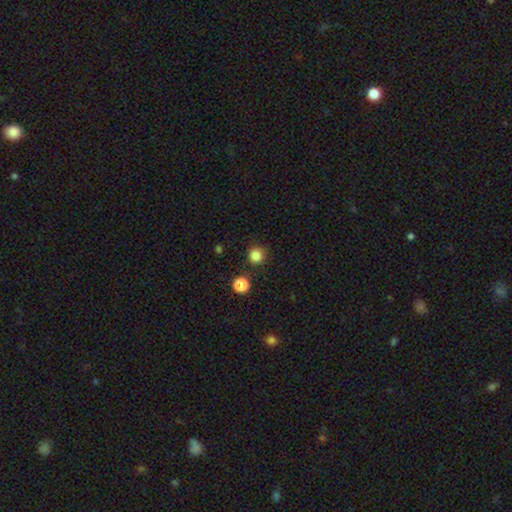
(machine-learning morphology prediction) Smooth or featured?
  - smooth: 84% *
  - star or artifact: 13%
  - featured or disk: 4%
How rounded?
  - round: 94% *
  - in between: 5%
  - cigar-shaped: 1%
Merging?
  - none: 86% *
  - minor disturbance: 8%
  - merger: 3%
  - major disturbance: 3%